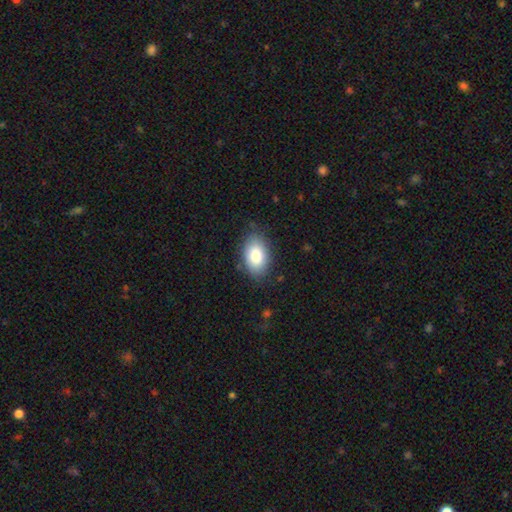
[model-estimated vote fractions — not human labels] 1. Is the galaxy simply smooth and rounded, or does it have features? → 83% smooth, 10% featured or disk, 7% star or artifact.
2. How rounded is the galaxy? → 89% in between, 9% round, 1% cigar-shaped.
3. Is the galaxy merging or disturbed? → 80% none, 15% minor disturbance, 4% major disturbance, 1% merger.